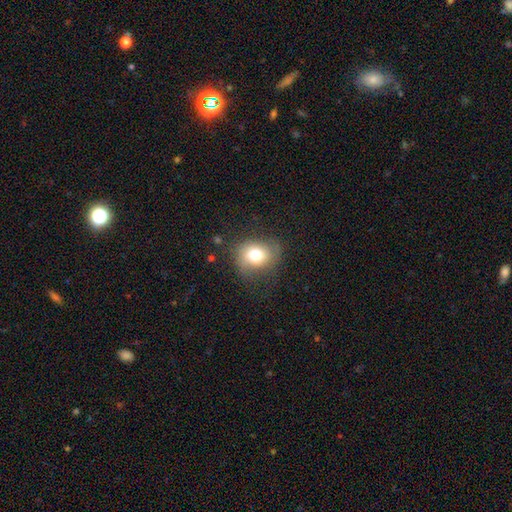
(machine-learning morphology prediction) Q: Smooth or featured?
A: smooth (74%); runner-up: featured or disk (16%)
Q: How rounded?
A: round (54%); runner-up: in between (45%)
Q: Merging?
A: none (63%); runner-up: minor disturbance (24%)